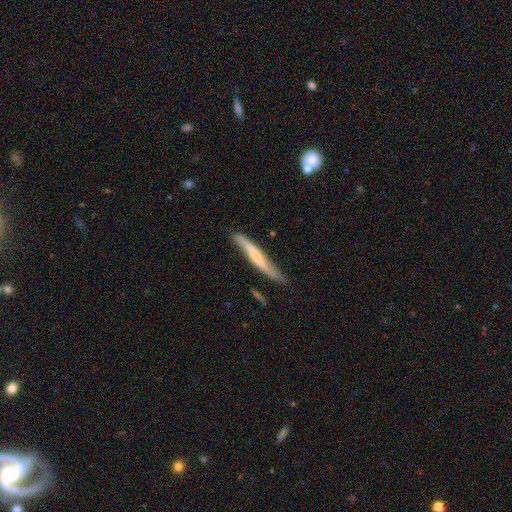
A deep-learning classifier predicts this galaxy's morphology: Smooth or featured?
  - featured or disk: 63% *
  - smooth: 32%
  - star or artifact: 5%
Edge-on disk?
  - yes: 71% *
  - no: 29%
Merging?
  - none: 67% *
  - minor disturbance: 24%
  - major disturbance: 6%
  - merger: 3%